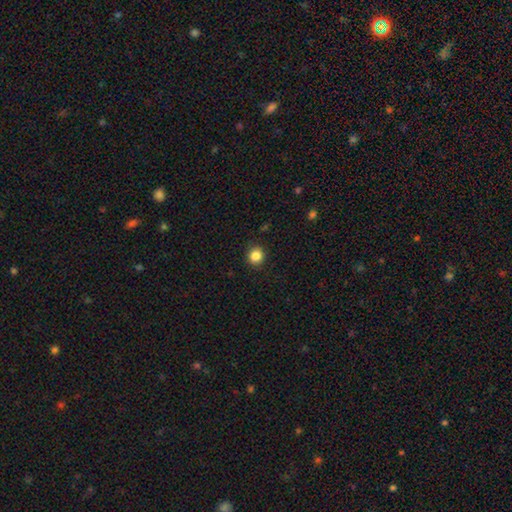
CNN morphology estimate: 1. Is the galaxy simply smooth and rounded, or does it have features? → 85% smooth, 11% star or artifact, 4% featured or disk.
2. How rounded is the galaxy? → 90% round, 9% in between, 1% cigar-shaped.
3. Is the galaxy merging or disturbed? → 91% none, 6% minor disturbance, 2% major disturbance, 1% merger.